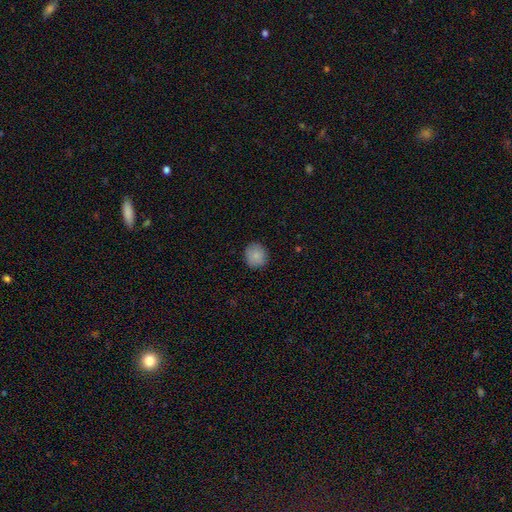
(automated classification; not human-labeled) Smooth or featured? smooth (86%)
How rounded? round (84%)
Merging? none (88%)